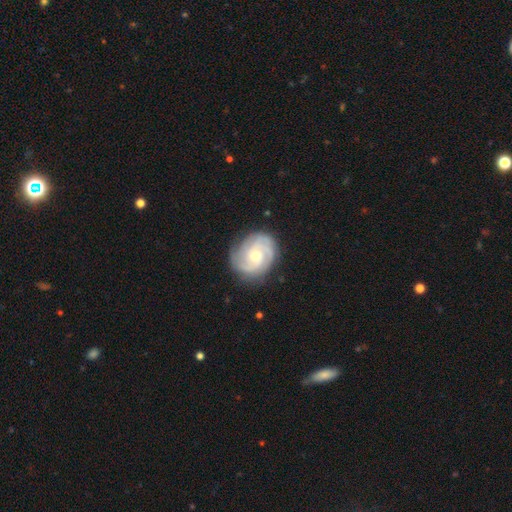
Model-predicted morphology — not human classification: type=featured or disk (86%); edge-on=no (98%); bar=no (71%); spiral arms=yes (97%); winding=tight (64%); arm count=3 (41%); bulge=moderate (51%); merging=none (81%).